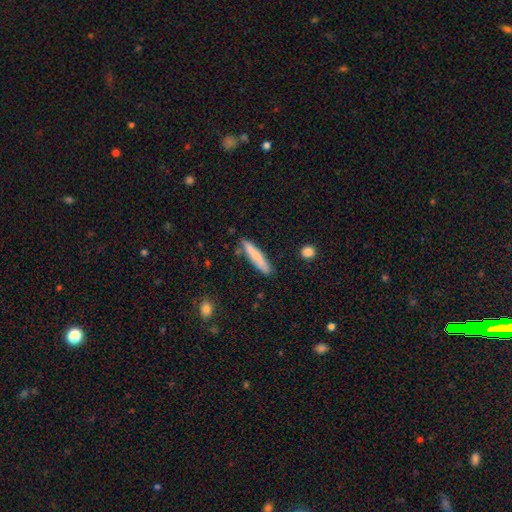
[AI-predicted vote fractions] Morphology: type=smooth (72%); roundness=cigar-shaped (89%); merging=none (82%).